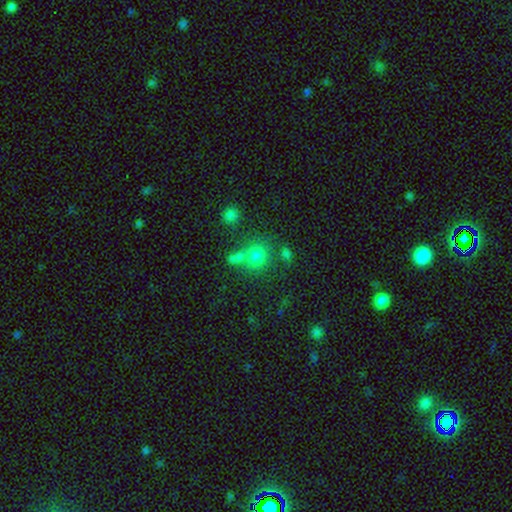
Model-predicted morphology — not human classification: Overall: smooth (75%). How rounded: round (82%). Merging: none (54%; merger 27%).